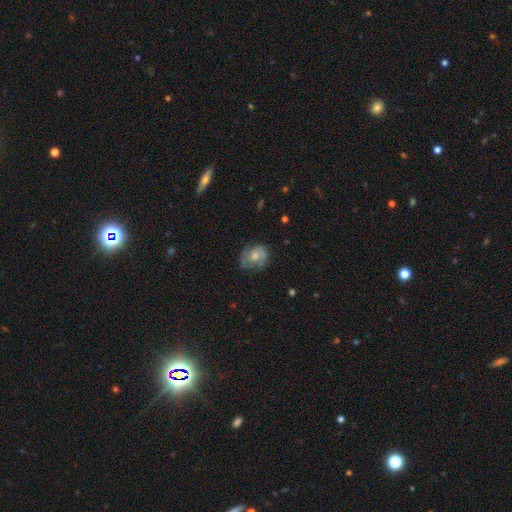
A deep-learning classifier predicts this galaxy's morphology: smooth_or_featured: featured or disk (p=0.52) [alt: smooth p=0.40]
disk_edge_on: no (p=0.97) [alt: yes p=0.03]
bar: no (p=0.77) [alt: weak p=0.20]
has_spiral_arms: yes (p=0.69) [alt: no p=0.31]
bulge_size: moderate (p=0.59) [alt: small p=0.23]
merging: none (p=0.59) [alt: minor disturbance p=0.26]